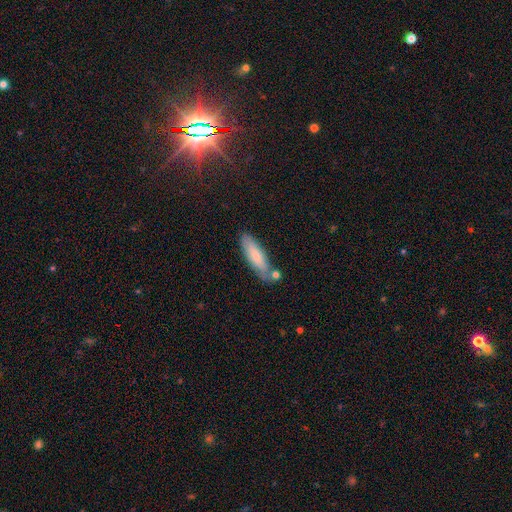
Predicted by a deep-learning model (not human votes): smooth 76%, featured or disk 17%, star or artifact 6%. Down the decision tree: how rounded — cigar-shaped (60%); merging — none (69%).